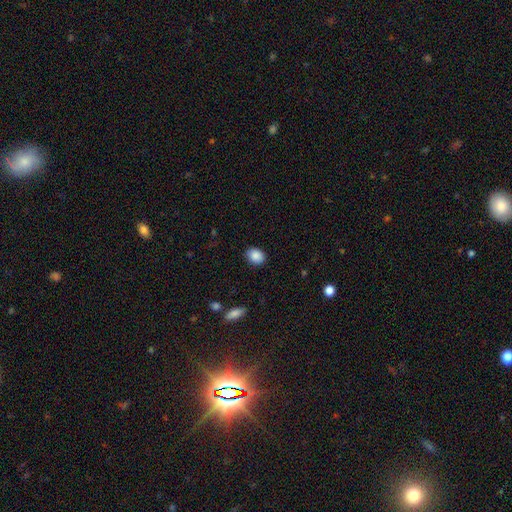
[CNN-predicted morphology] type=smooth (88%); roundness=in between (57%); merging=none (88%).